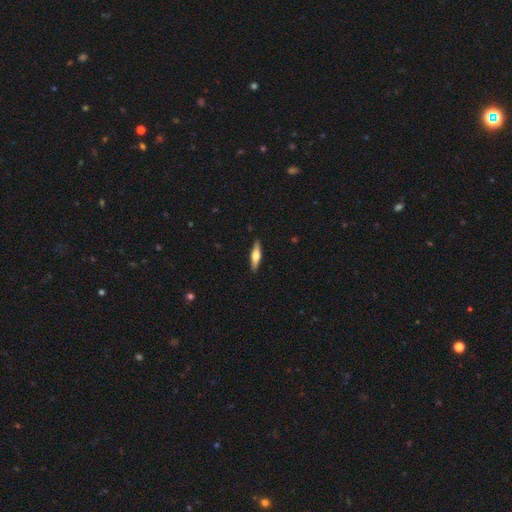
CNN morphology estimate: smooth 50%, featured or disk 45%, star or artifact 6%. Down the decision tree: merging — none (90%).